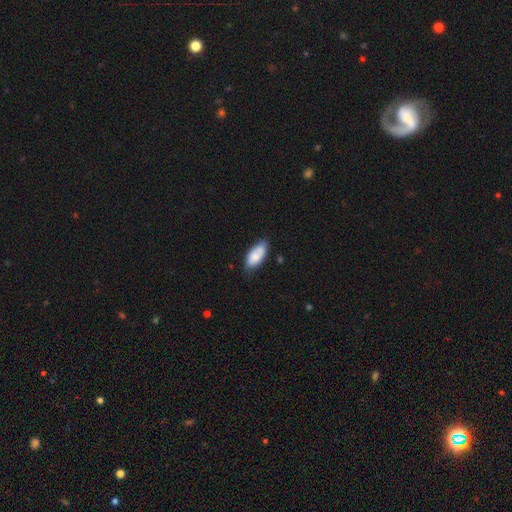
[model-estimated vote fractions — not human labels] Smooth or featured? smooth (73%)
How rounded? in between (90%)
Merging? none (70%)